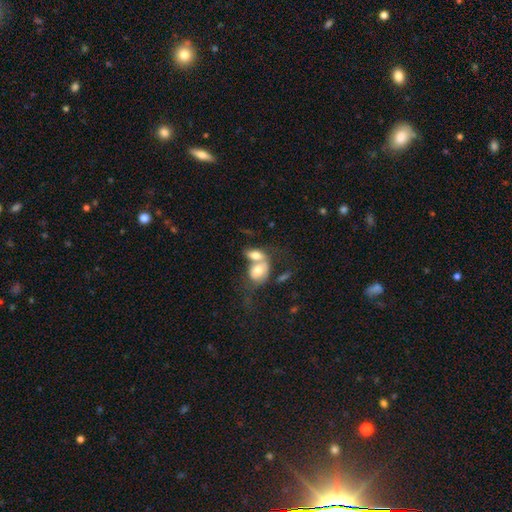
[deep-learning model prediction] Smooth or featured? smooth (63%)
How rounded? in between (73%)
Merging? merger (72%)